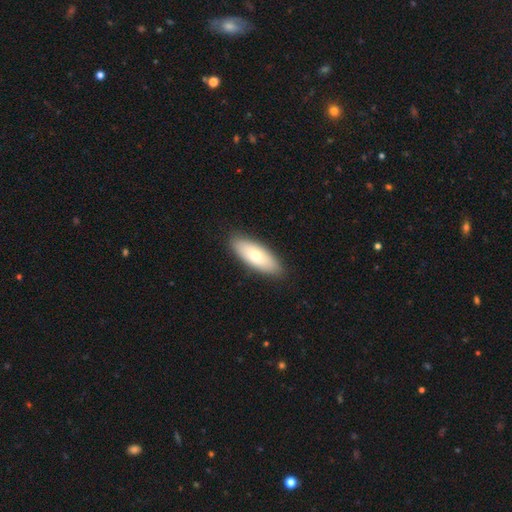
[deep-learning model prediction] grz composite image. It shows a smooth galaxy with no disk features (71%) that is in between round and cigar-shaped (74%). Merging: none (88%).